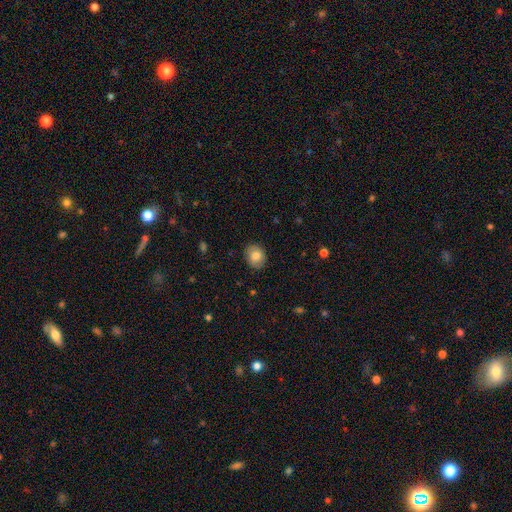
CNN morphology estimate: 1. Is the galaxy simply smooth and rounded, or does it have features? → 81% smooth, 11% featured or disk, 8% star or artifact.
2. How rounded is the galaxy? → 51% round, 48% in between, 1% cigar-shaped.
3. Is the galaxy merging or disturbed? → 87% none, 9% minor disturbance, 2% major disturbance, 1% merger.